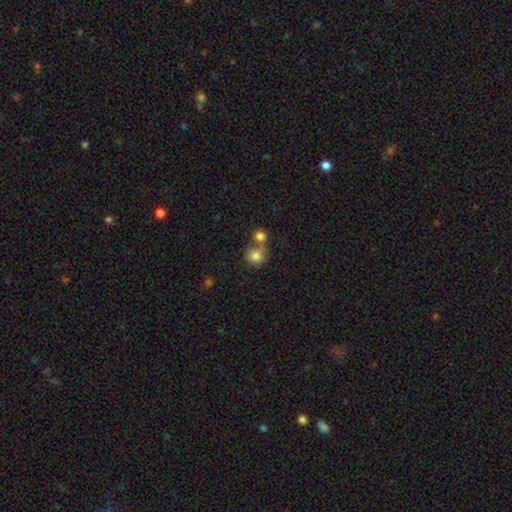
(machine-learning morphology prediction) type=smooth (82%); roundness=round (88%); merging=none (50%).